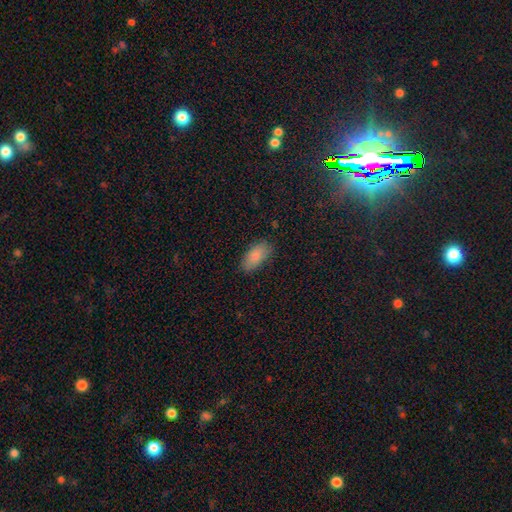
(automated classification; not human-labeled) The model was most divided on "merging": none: 84%, minor disturbance: 13%, major disturbance: 3%, merger: 1%. More confident: how rounded — in between (91%); smooth or featured — smooth (85%).